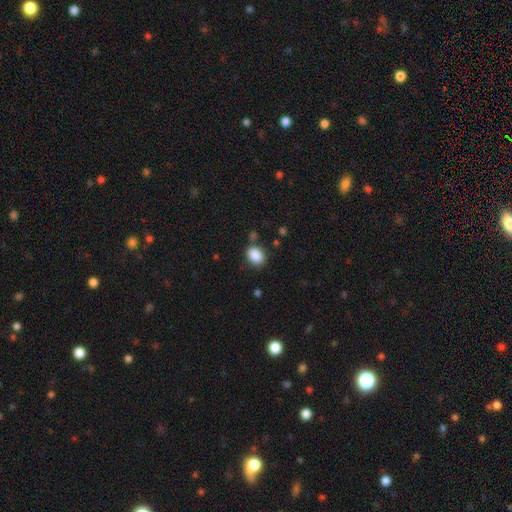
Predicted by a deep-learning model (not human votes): smooth-or-featured: smooth: 88% | star or artifact: 9% | featured or disk: 4%
  how-rounded: in between: 70% | round: 29% | cigar-shaped: 1%
  merging: none: 75% | minor disturbance: 15% | merger: 5% | major disturbance: 4%